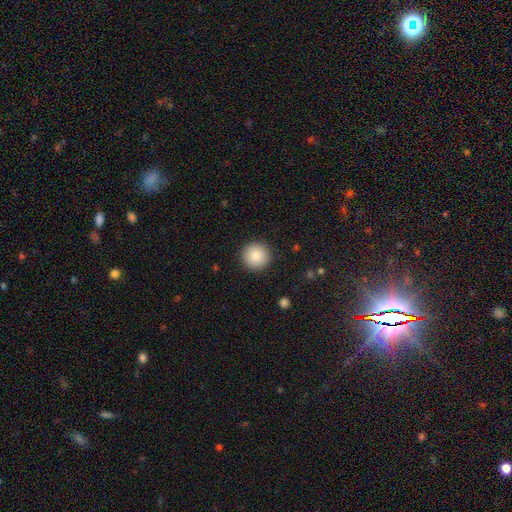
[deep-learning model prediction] A smooth galaxy with no disk features (87%) that is round (96%).

Vote fractions:
- Smooth or featured? smooth: 87% / star or artifact: 8% / featured or disk: 5%
- How rounded? round: 96% / in between: 3% / cigar-shaped: 1%
- Merging? none: 92% / minor disturbance: 6% / major disturbance: 2% / merger: 1%